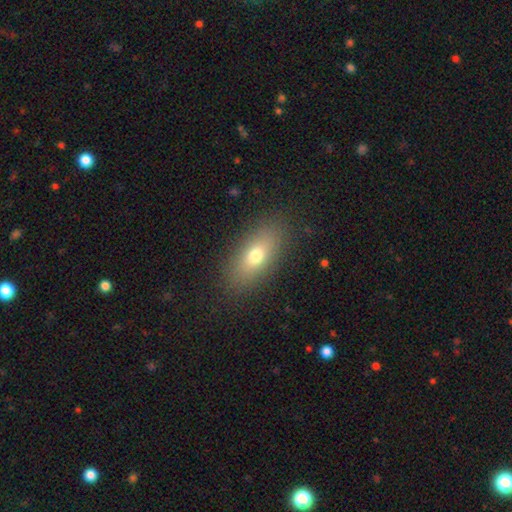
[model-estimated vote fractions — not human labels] This is likely a smooth galaxy (72%). How rounded: clearly in between (81%). Merging: clearly none (86%).